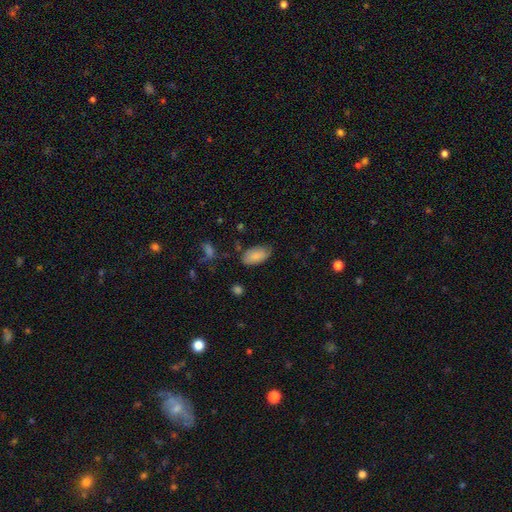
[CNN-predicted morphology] Smooth or featured? Predicted: smooth (p=0.84). How rounded? Predicted: in between (p=0.95). Merging? Predicted: none (p=0.72).